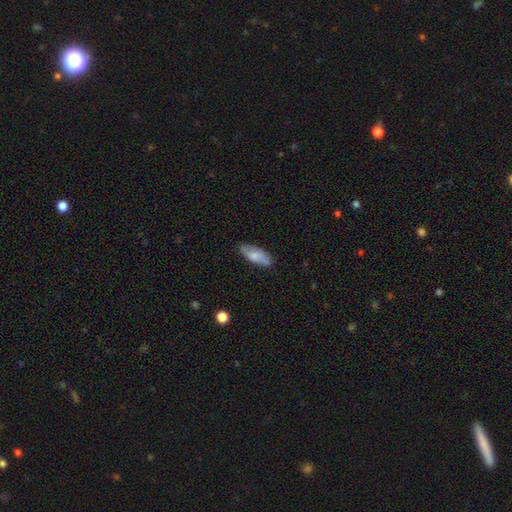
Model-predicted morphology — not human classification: A smooth galaxy with no disk features (68%) that is in between round and cigar-shaped (79%).

Vote fractions:
- Smooth or featured? smooth: 68% / featured or disk: 26% / star or artifact: 6%
- How rounded? in between: 79% / cigar-shaped: 19% / round: 2%
- Merging? none: 78% / minor disturbance: 17% / major disturbance: 3% / merger: 1%